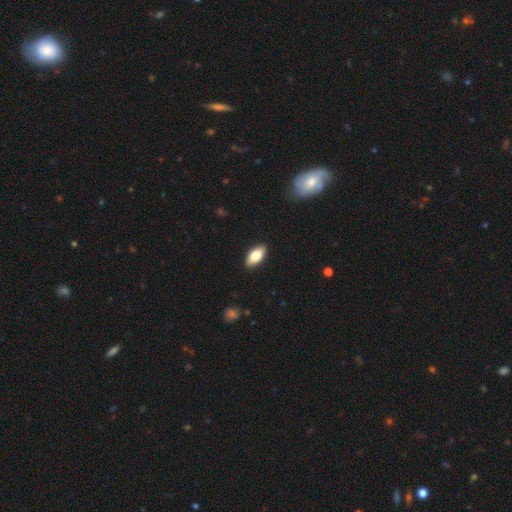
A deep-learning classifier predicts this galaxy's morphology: Smooth or featured?
  - smooth: 78% *
  - featured or disk: 16%
  - star or artifact: 6%
How rounded?
  - in between: 89% *
  - cigar-shaped: 8%
  - round: 3%
Merging?
  - none: 90% *
  - minor disturbance: 8%
  - major disturbance: 2%
  - merger: 1%